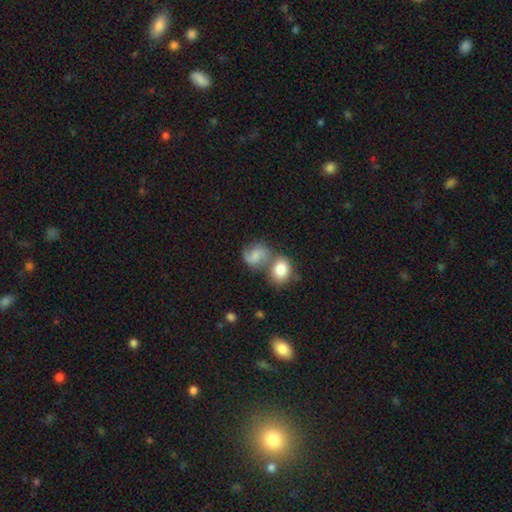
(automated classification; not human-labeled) Smooth or featured? Predicted: featured or disk (p=0.51). Edge-on disk? Predicted: no (p=0.97). Merging? Predicted: none (p=0.41).